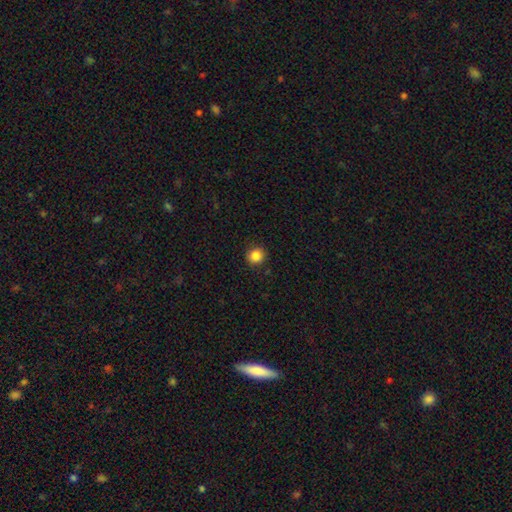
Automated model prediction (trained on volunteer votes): smooth-or-featured: smooth: 86% | star or artifact: 10% | featured or disk: 4%
  how-rounded: round: 93% | in between: 7% | cigar-shaped: 1%
  merging: none: 91% | minor disturbance: 6% | major disturbance: 2% | merger: 1%